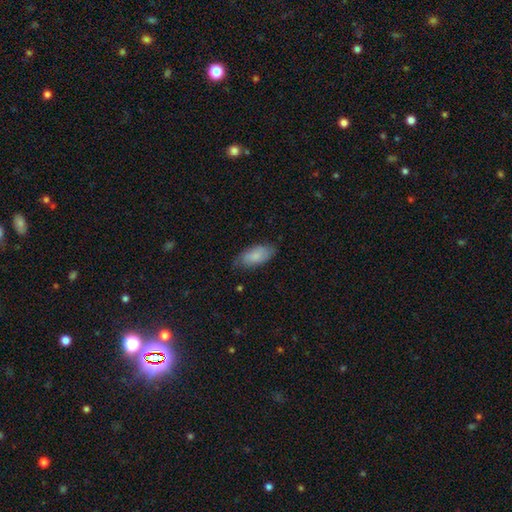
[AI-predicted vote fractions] Morphology: type=smooth (82%); roundness=in between (91%); merging=none (74%).